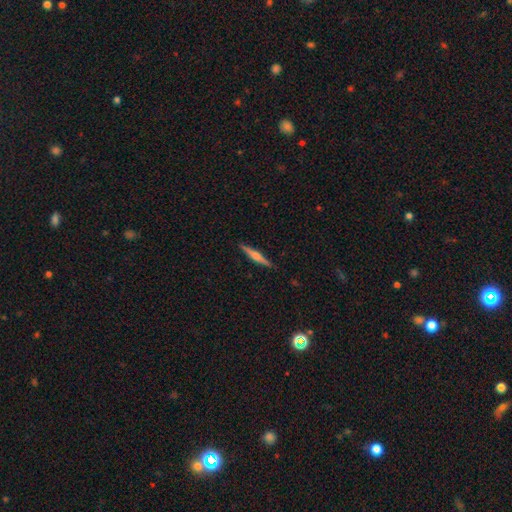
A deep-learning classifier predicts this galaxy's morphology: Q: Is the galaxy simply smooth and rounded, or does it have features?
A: featured or disk — 64%.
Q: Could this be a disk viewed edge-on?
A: yes — 98%.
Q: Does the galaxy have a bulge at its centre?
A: rounded — 80%.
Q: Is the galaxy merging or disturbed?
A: none — 90%.